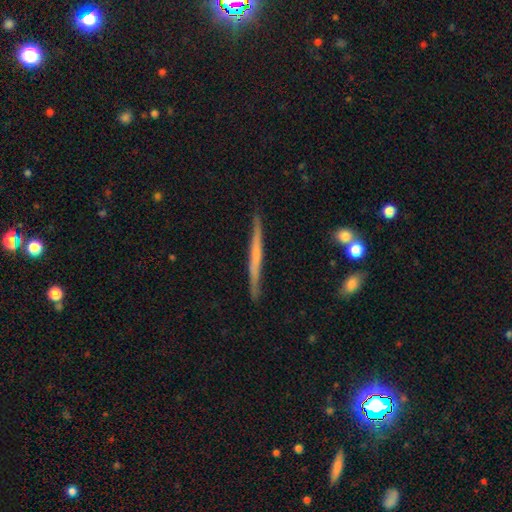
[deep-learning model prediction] Smooth or featured? Predicted: featured or disk (p=0.56). Edge-on disk? Predicted: yes (p=0.97). Edge-on bulge? Predicted: none (p=0.77). Merging? Predicted: none (p=0.89).